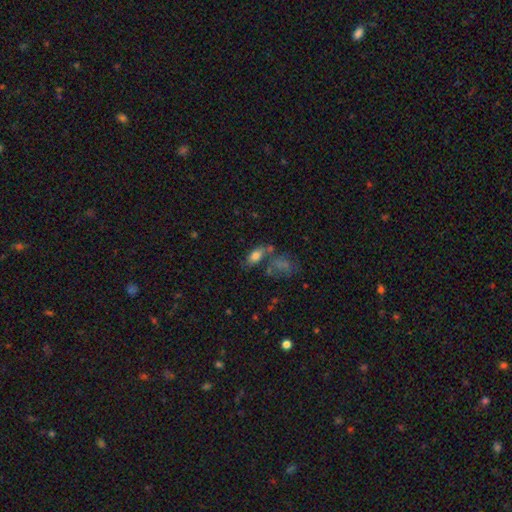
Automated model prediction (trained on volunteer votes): Smooth or featured: smooth — 75% (featured or disk — 16%)
How rounded: in between — 84% (cigar-shaped — 11%)
Merging: none — 50% (merger — 25%)